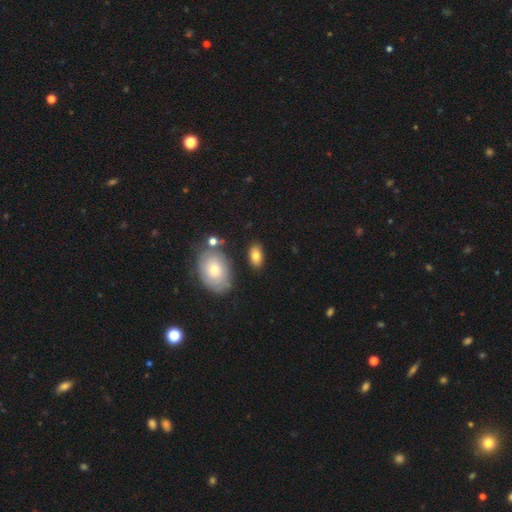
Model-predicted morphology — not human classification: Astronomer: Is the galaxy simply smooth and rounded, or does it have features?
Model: smooth — 79%.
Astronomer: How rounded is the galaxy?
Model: in between — 90%.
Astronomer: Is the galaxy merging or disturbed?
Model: none — 80%.